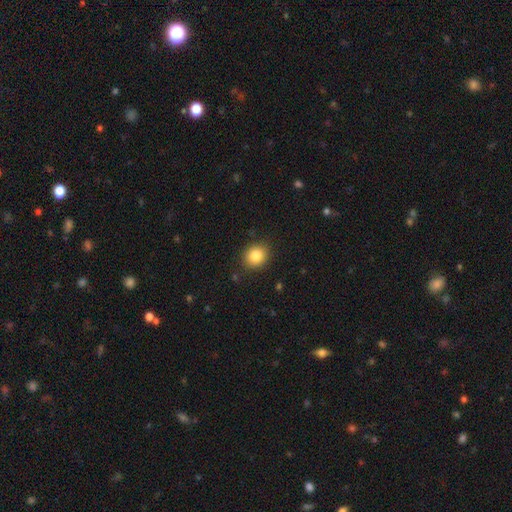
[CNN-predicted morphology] Smooth or featured: smooth — 84% (star or artifact — 10%)
How rounded: round — 70% (in between — 29%)
Merging: none — 87% (minor disturbance — 9%)